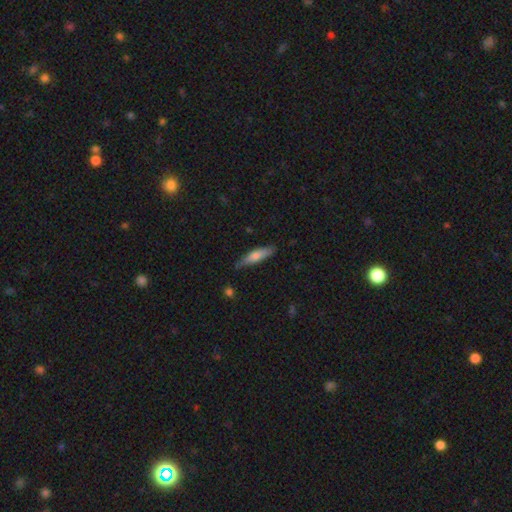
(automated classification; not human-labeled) Morphology: type=smooth (68%); roundness=cigar-shaped (72%); merging=none (76%).